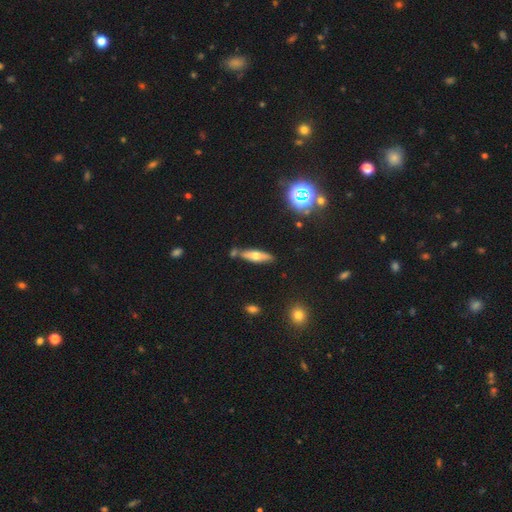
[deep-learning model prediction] Smooth or featured?
  - smooth: 48% *
  - featured or disk: 42%
  - star or artifact: 10%
Merging?
  - none: 74% *
  - minor disturbance: 13%
  - merger: 9%
  - major disturbance: 3%